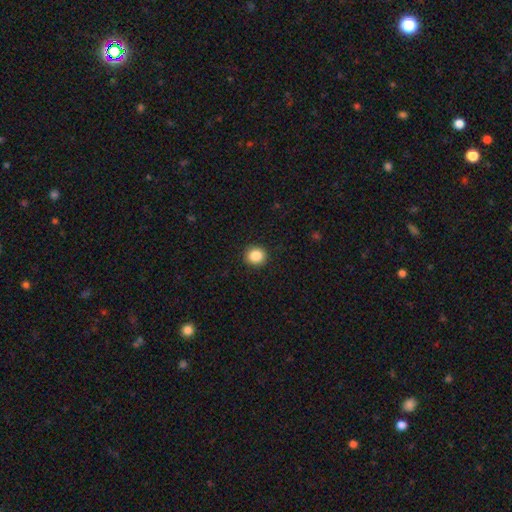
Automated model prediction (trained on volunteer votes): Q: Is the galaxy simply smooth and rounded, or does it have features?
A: smooth — 86%.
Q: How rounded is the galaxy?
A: round — 84%.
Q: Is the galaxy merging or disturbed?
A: none — 91%.